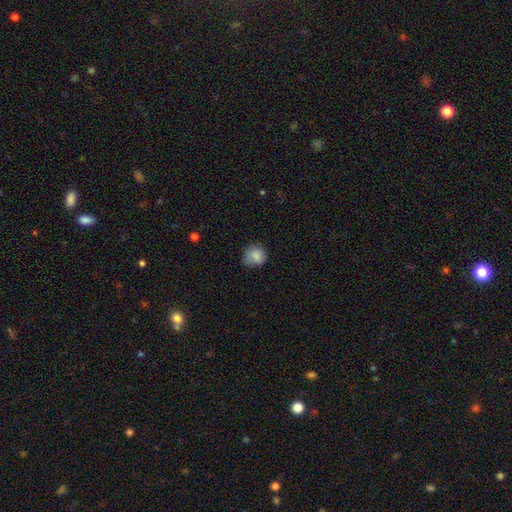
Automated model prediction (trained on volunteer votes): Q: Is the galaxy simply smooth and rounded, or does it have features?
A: smooth — 83%.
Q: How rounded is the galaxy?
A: round — 74%.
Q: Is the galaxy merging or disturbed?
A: none — 62%.